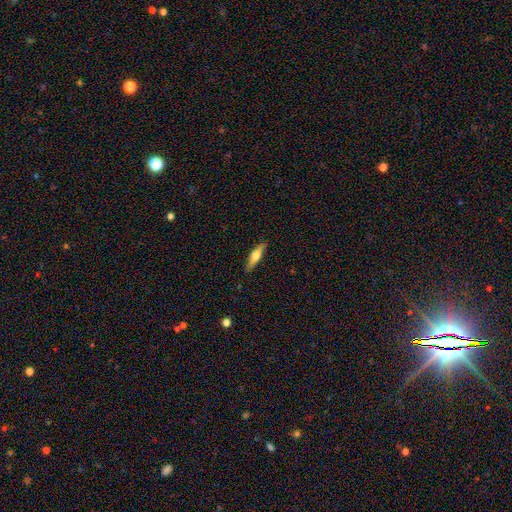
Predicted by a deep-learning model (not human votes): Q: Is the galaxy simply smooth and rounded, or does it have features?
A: featured or disk — 51%.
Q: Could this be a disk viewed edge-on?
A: yes — 93%.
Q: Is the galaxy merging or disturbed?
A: none — 88%.